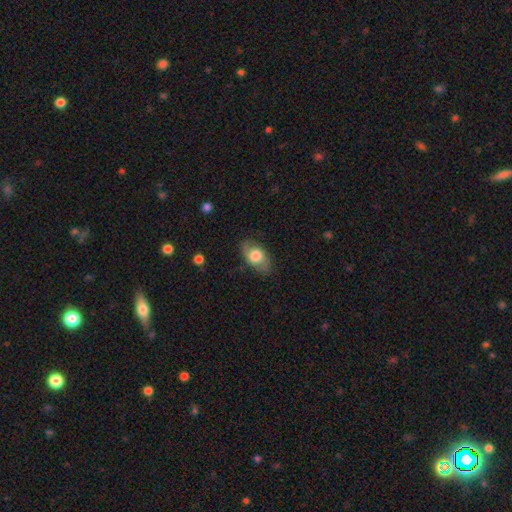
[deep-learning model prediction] A smooth galaxy with no disk features (61%) that is in between round and cigar-shaped (88%). Merging: none (77%).